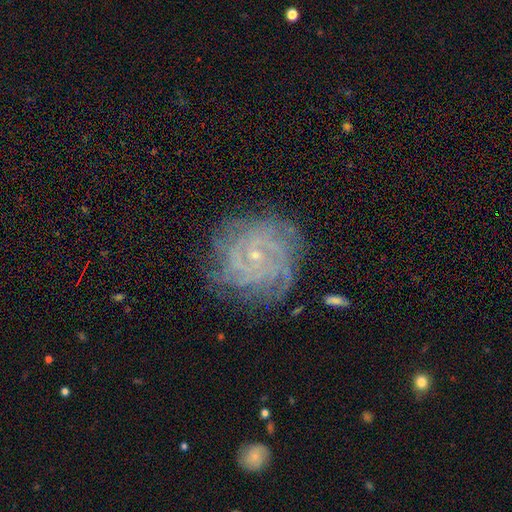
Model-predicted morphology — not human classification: This is likely a featured or disk galaxy (79%). It is clearly not viewed edge-on (97%). Bar: likely no (69%). Spiral arm pattern: clearly yes (96%). Spiral arm count: marginally can't tell (32%). Spiral winding: likely tight (76%). Central bulge: clearly small (84%). Merging: likely none (79%).